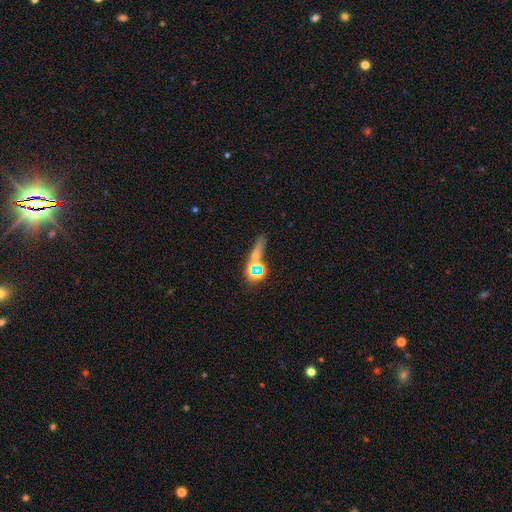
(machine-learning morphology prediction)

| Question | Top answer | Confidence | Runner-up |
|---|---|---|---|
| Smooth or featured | smooth | 42% | star or artifact (38%) |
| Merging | none | 57% | merger (22%) |